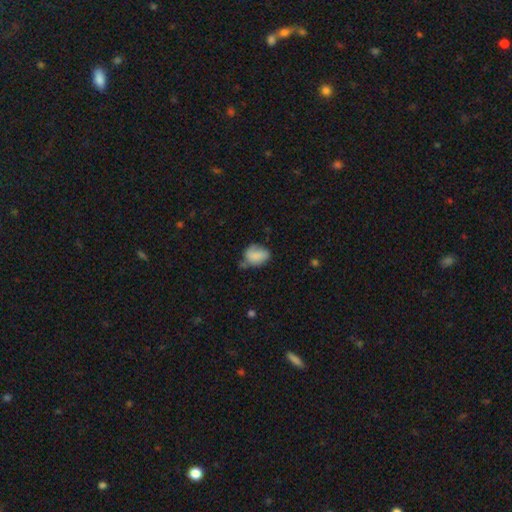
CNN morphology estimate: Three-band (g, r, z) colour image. It shows a smooth galaxy with no disk features (74%) that is in between round and cigar-shaped (67%). Merging: none (41%).